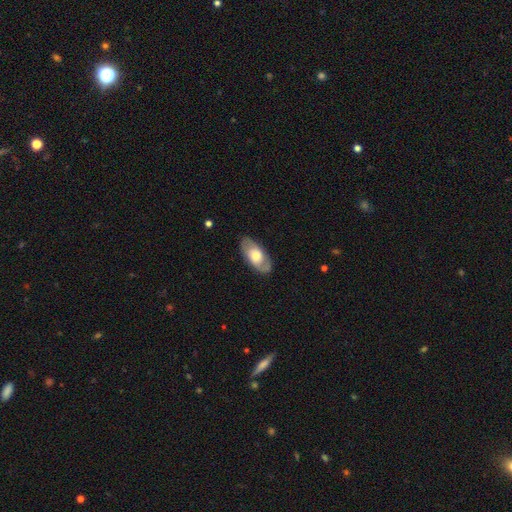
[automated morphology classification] type=featured or disk (50%); merging=none (83%).